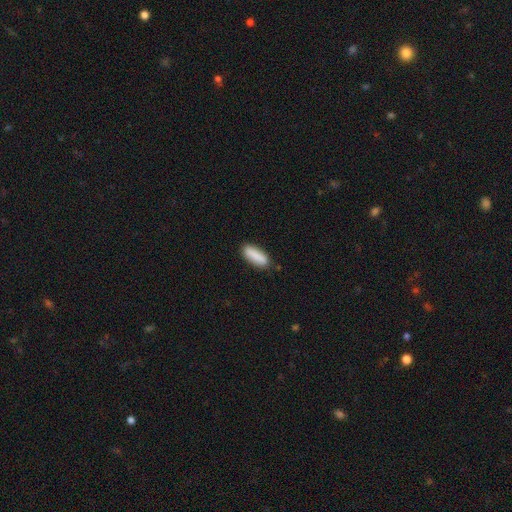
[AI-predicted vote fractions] Smooth or featured?
  - smooth: 88% *
  - featured or disk: 6%
  - star or artifact: 6%
How rounded?
  - in between: 53% *
  - cigar-shaped: 46%
  - round: 2%
Merging?
  - none: 86% *
  - minor disturbance: 10%
  - major disturbance: 2%
  - merger: 2%